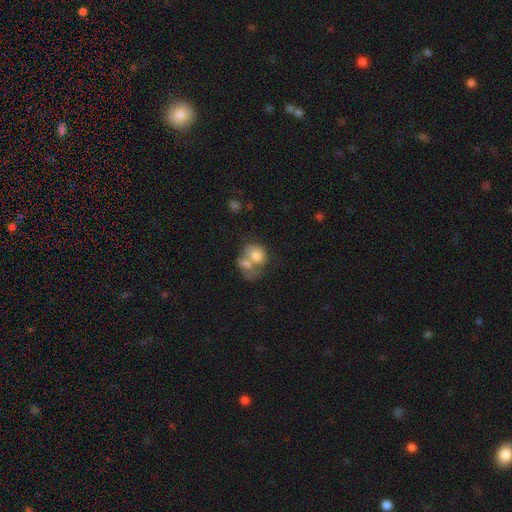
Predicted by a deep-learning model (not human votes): Overall: smooth (70%). How rounded: in between (52%; round 47%). Merging: merger (66%).